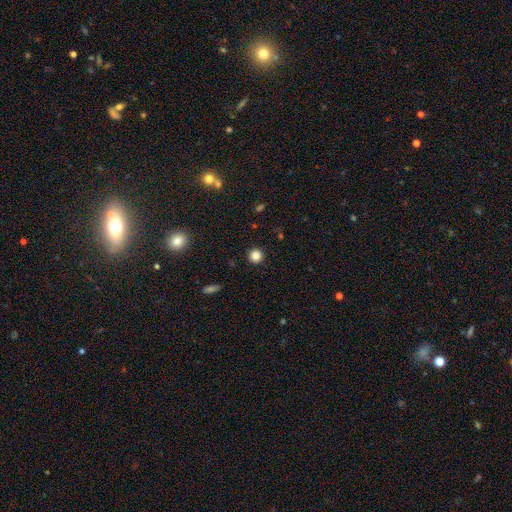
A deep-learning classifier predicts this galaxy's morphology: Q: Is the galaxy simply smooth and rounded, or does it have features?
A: smooth — 84%.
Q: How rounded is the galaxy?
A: round — 95%.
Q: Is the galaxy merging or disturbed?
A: none — 92%.